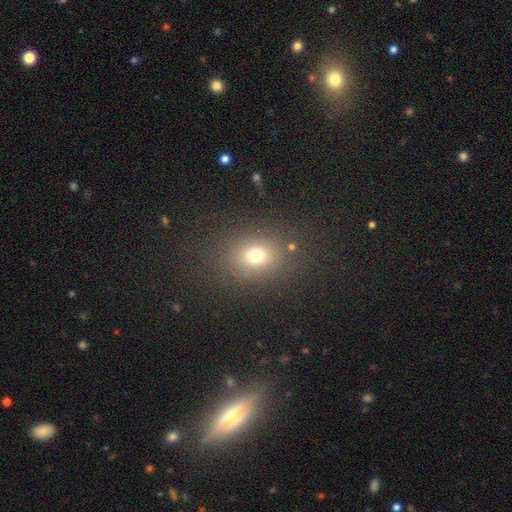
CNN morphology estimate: A smooth galaxy with no disk features (71%) that is round (59%). Merging: none (82%).